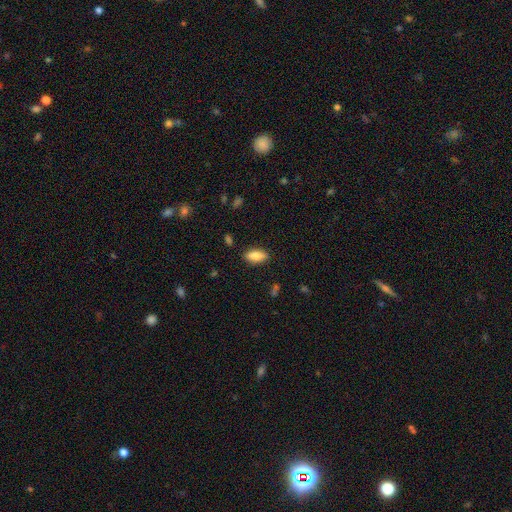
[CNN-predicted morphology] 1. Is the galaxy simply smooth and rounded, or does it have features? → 83% smooth, 10% featured or disk, 7% star or artifact.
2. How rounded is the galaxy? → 86% in between, 11% cigar-shaped, 2% round.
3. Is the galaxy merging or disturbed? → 87% none, 10% minor disturbance, 2% major disturbance, 1% merger.